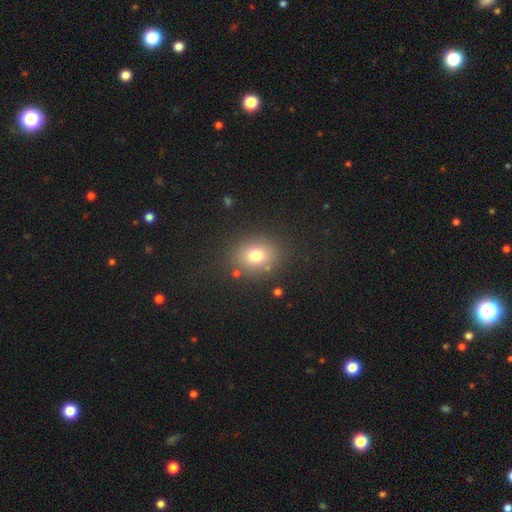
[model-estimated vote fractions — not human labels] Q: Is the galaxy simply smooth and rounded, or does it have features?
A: smooth — 75%.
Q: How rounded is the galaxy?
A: round — 59%.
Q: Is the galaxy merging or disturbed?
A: none — 84%.